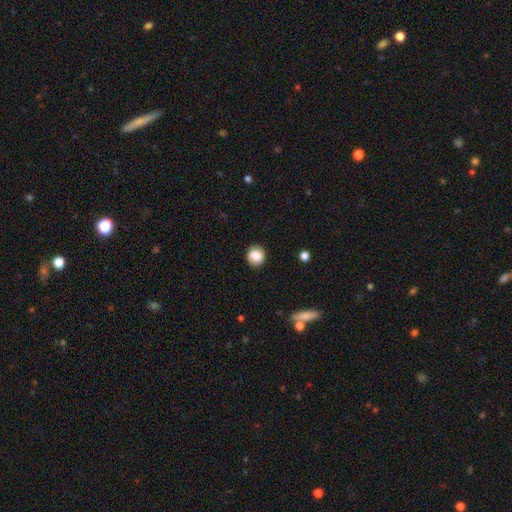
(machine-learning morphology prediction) The model was most divided on "how rounded": round: 82%, in between: 17%, cigar-shaped: 1%. More confident: merging — none (89%); smooth or featured — smooth (84%).